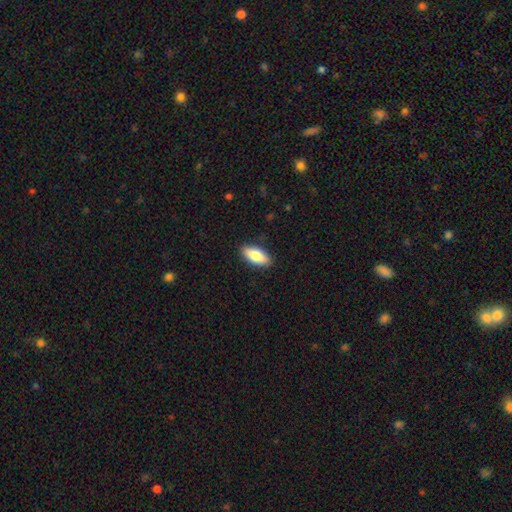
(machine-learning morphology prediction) A smooth galaxy with no disk features (81%) that is in between round and cigar-shaped (84%). Merging: none (88%).